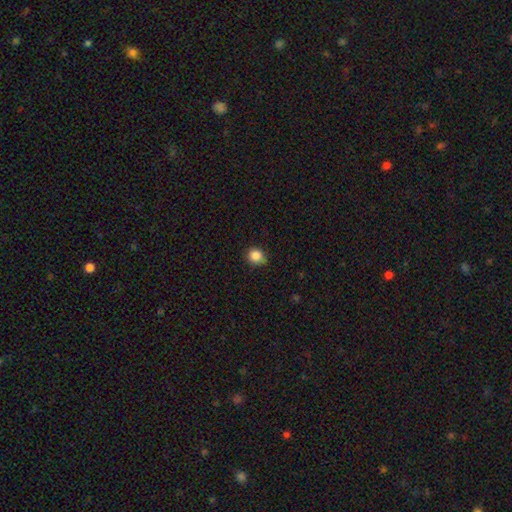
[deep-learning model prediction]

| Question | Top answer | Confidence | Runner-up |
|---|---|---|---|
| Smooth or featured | smooth | 86% | star or artifact (10%) |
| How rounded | round | 78% | in between (21%) |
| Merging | none | 75% | minor disturbance (21%) |